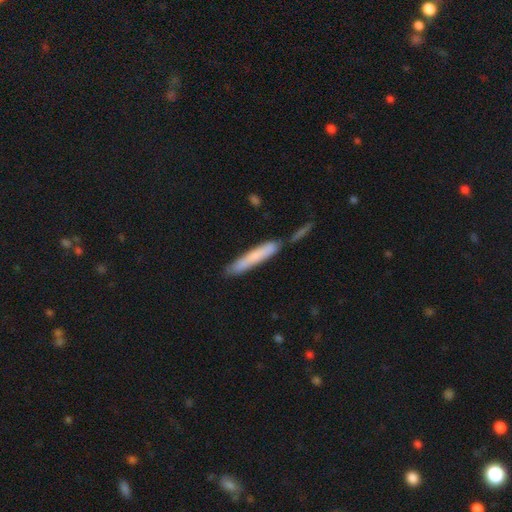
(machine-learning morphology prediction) type=smooth (51%); roundness=cigar-shaped (93%); merging=none (73%).